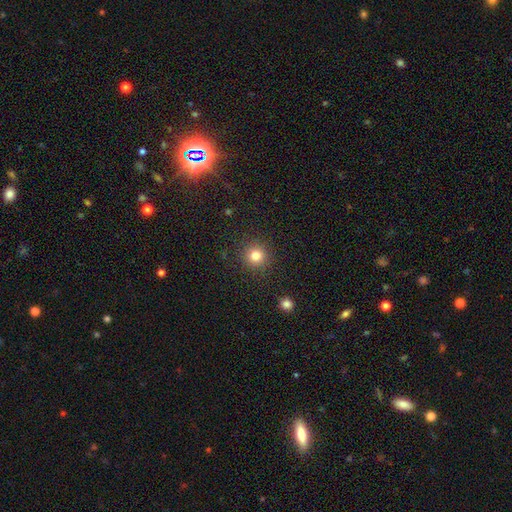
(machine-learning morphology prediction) The model was most divided on "smooth or featured": smooth: 81%, star or artifact: 13%, featured or disk: 6%. More confident: how rounded — round (94%); merging — none (90%).